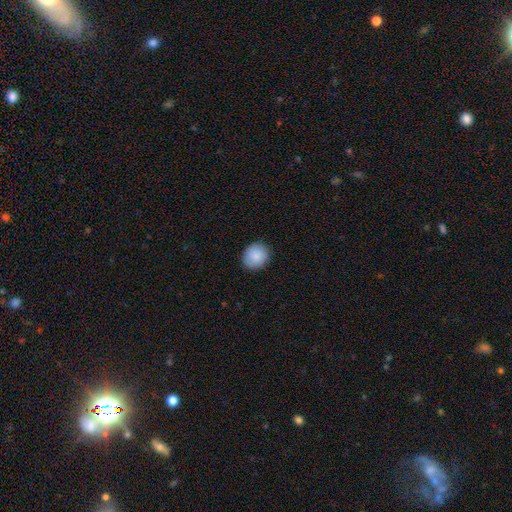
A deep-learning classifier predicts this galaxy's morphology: smooth 89%, star or artifact 7%, featured or disk 4%. Down the decision tree: how rounded — round (78%); merging — none (89%).